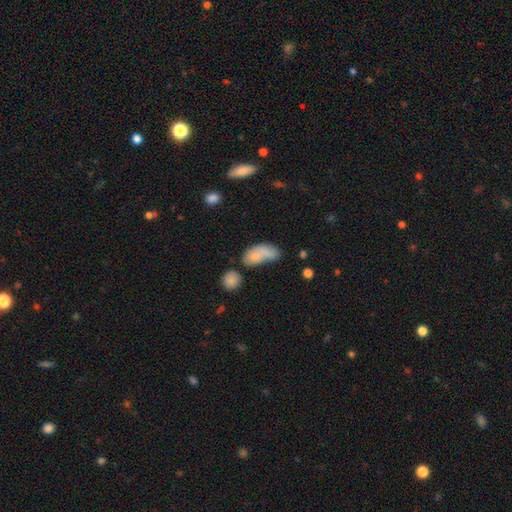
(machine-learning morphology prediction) smooth_or_featured: smooth (p=0.69) [alt: featured or disk p=0.18]
how_rounded: in between (p=0.80) [alt: cigar-shaped p=0.10]
merging: none (p=0.32) [alt: merger p=0.27]